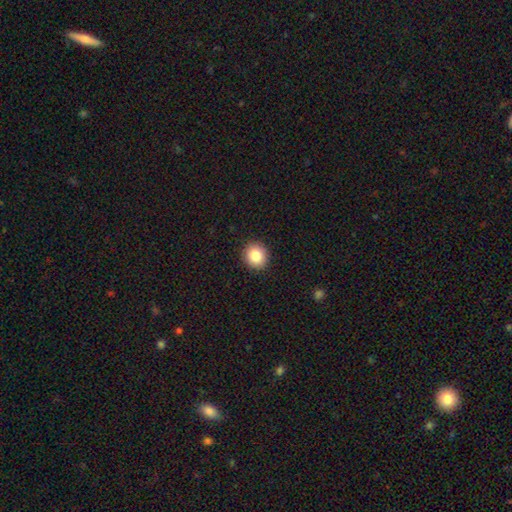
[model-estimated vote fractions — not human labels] This is clearly a smooth galaxy (85%). How rounded: clearly round (83%). Merging: clearly none (91%).